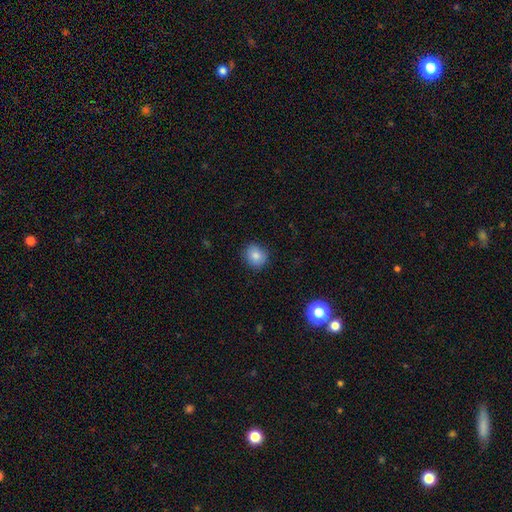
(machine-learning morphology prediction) This appears to be a smooth galaxy with no disk features (83%) that is round (79%). Merging: none (86%).